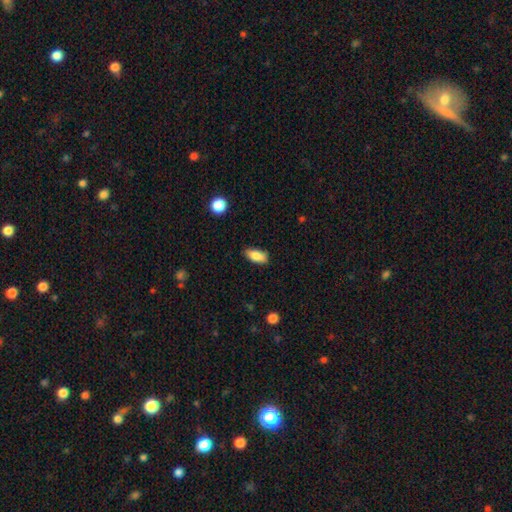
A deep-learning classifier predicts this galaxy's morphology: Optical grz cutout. It shows a smooth galaxy with no disk features (83%) that is in between round and cigar-shaped (85%). Merging: none (81%).